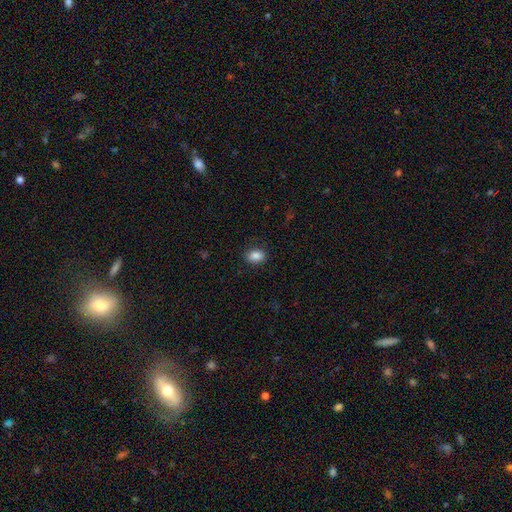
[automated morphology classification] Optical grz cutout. It shows a smooth galaxy with no disk features (87%) that is in between round and cigar-shaped (76%). Merging: none (87%).